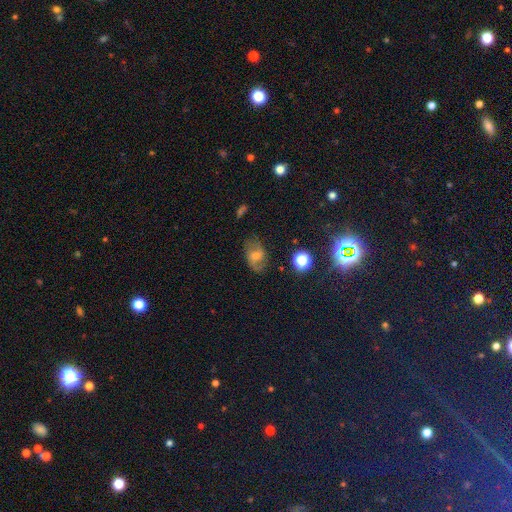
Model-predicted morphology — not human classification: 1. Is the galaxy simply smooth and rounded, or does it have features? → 47% featured or disk, 41% smooth, 12% star or artifact.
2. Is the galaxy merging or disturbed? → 62% none, 23% minor disturbance, 12% major disturbance, 2% merger.